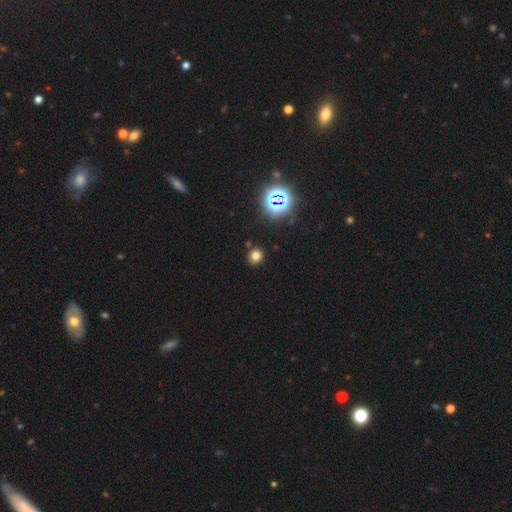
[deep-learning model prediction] Morphology: type=smooth (71%); roundness=round (83%); merging=none (87%).